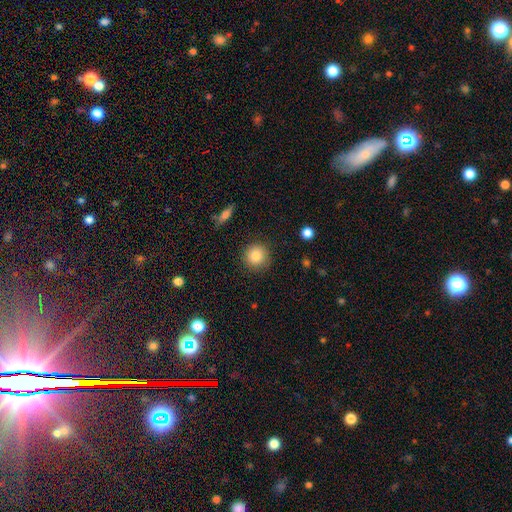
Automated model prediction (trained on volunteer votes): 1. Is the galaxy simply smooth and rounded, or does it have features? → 84% smooth, 9% star or artifact, 7% featured or disk.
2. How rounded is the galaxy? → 93% round, 6% in between, 1% cigar-shaped.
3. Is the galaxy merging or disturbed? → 88% none, 8% minor disturbance, 3% major disturbance, 1% merger.